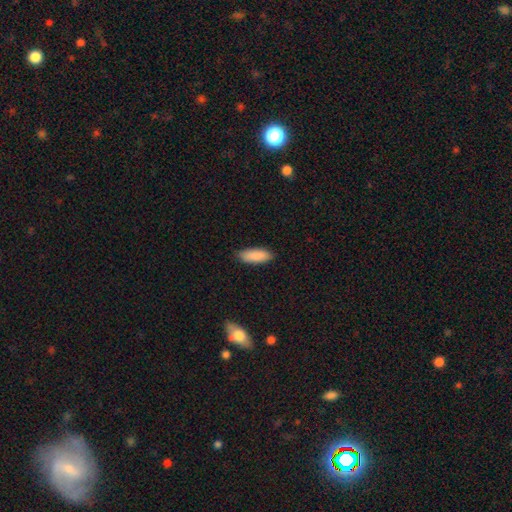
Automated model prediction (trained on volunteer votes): smooth_or_featured: smooth (p=0.89) [alt: star or artifact p=0.06]
how_rounded: in between (p=0.71) [alt: cigar-shaped p=0.27]
merging: none (p=0.86) [alt: minor disturbance p=0.11]